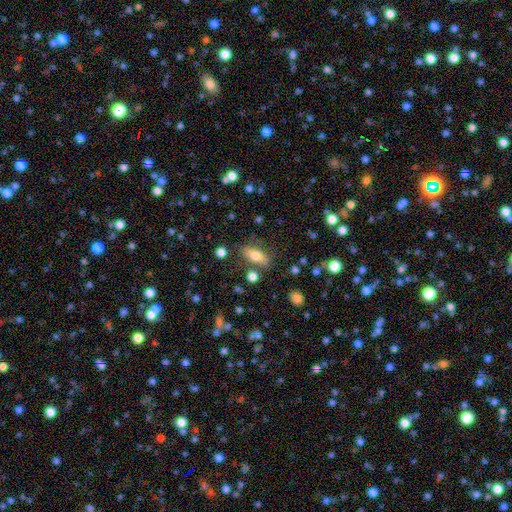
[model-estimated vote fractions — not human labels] Q: Smooth or featured?
A: smooth (68%); runner-up: featured or disk (23%)
Q: How rounded?
A: in between (72%); runner-up: cigar-shaped (23%)
Q: Merging?
A: none (72%); runner-up: minor disturbance (15%)